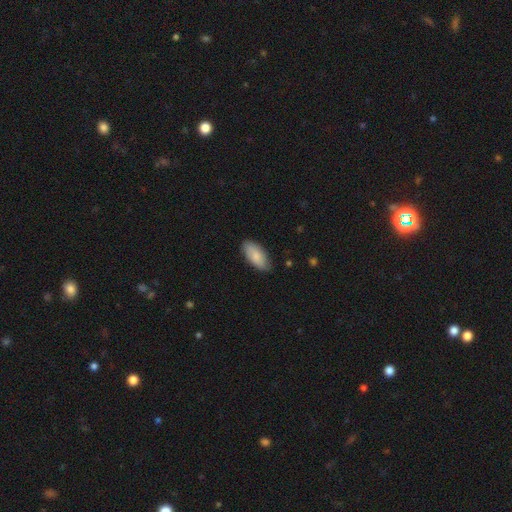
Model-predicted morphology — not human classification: Overall: smooth (83%). How rounded: in between (90%). Merging: none (82%).